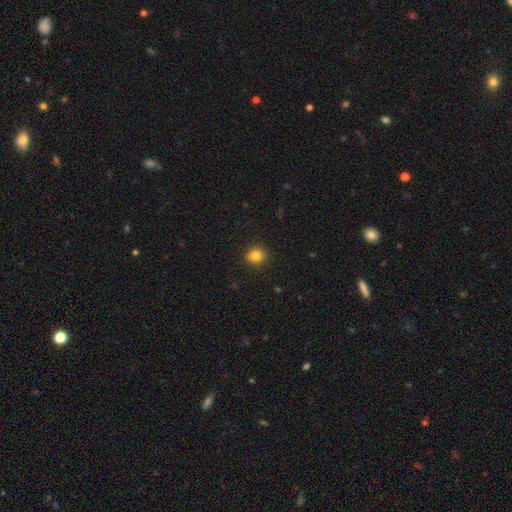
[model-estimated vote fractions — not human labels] Morphology: type=smooth (82%); roundness=round (85%); merging=none (88%).